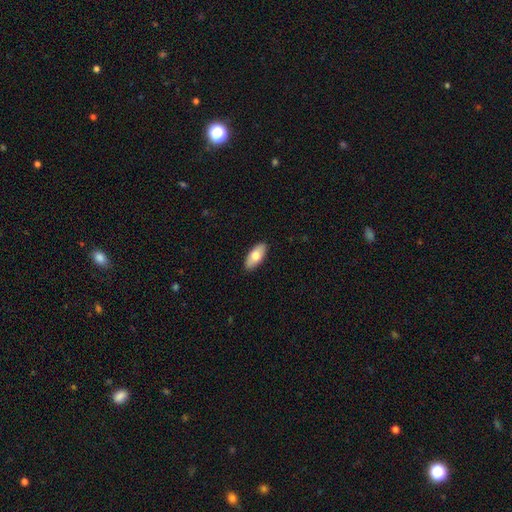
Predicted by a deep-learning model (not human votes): This is likely a smooth galaxy (74%). How rounded: clearly in between (89%). Merging: clearly none (90%).